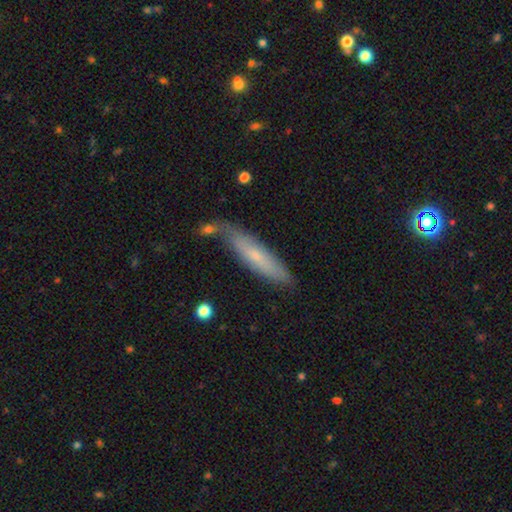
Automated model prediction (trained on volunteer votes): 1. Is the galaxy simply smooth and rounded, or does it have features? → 62% smooth, 32% featured or disk, 6% star or artifact.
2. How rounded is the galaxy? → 80% cigar-shaped, 19% in between, 2% round.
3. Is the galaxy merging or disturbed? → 64% none, 22% minor disturbance, 8% merger, 6% major disturbance.